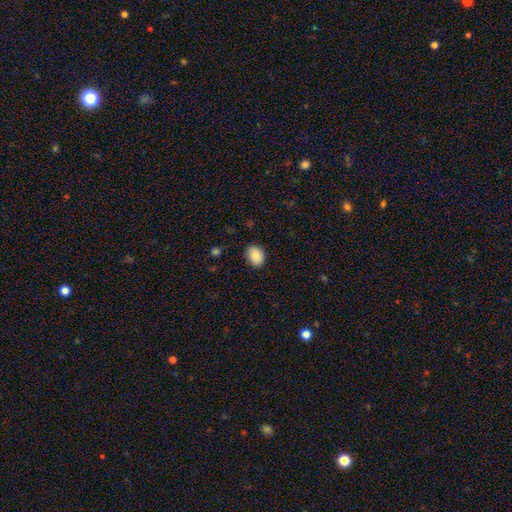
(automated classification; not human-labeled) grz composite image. It shows a smooth galaxy with no disk features (88%) that is in between round and cigar-shaped (60%). Merging: none (85%).